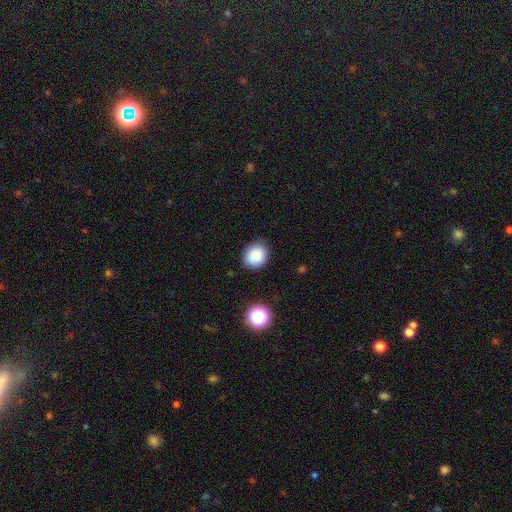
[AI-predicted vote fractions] A smooth galaxy with no disk features (85%) that is round (58%). Merging: none (83%).